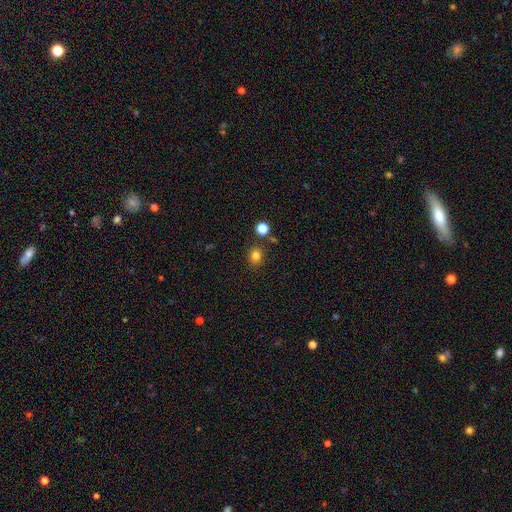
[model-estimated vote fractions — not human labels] Smooth or featured? Predicted: smooth (p=0.81). How rounded? Predicted: round (p=0.74). Merging? Predicted: none (p=0.83).